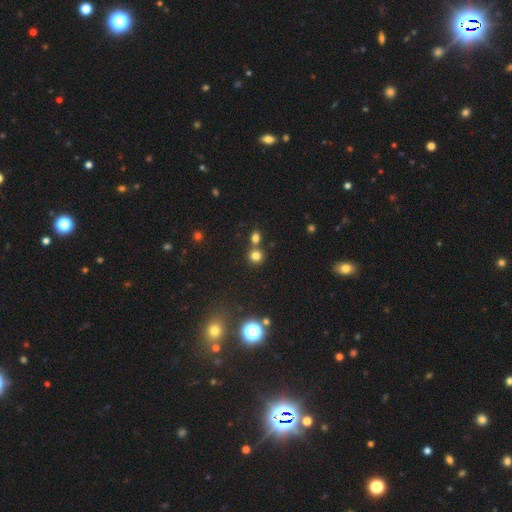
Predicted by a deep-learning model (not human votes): Smooth or featured? Predicted: smooth (p=0.75). How rounded? Predicted: round (p=0.88). Merging? Predicted: none (p=0.64).